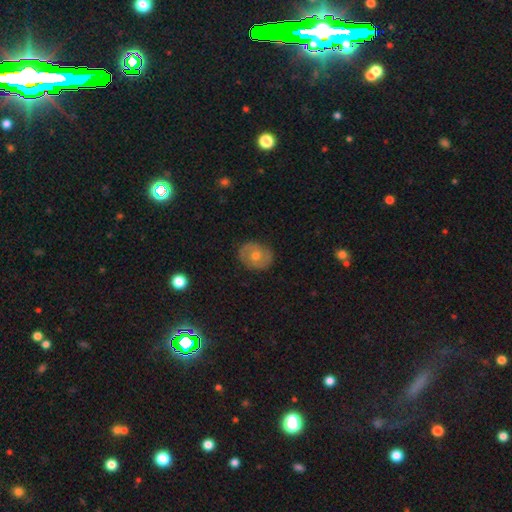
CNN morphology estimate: smooth-or-featured: featured or disk: 47% | smooth: 41% | star or artifact: 11%
  merging: none: 84% | minor disturbance: 12% | major disturbance: 3% | merger: 1%